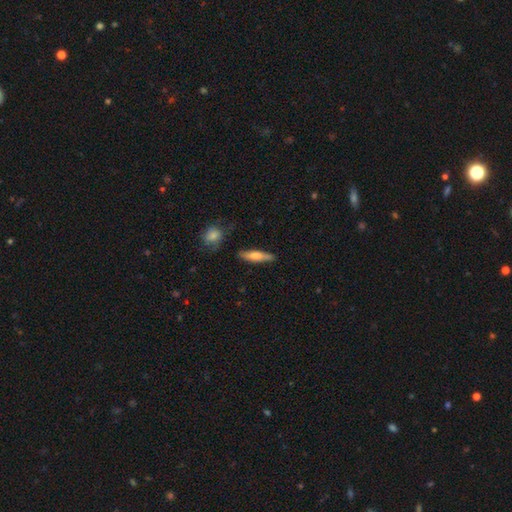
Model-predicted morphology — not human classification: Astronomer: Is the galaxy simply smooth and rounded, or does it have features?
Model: smooth — 66%.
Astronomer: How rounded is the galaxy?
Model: cigar-shaped — 77%.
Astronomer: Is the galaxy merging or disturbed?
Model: none — 80%.